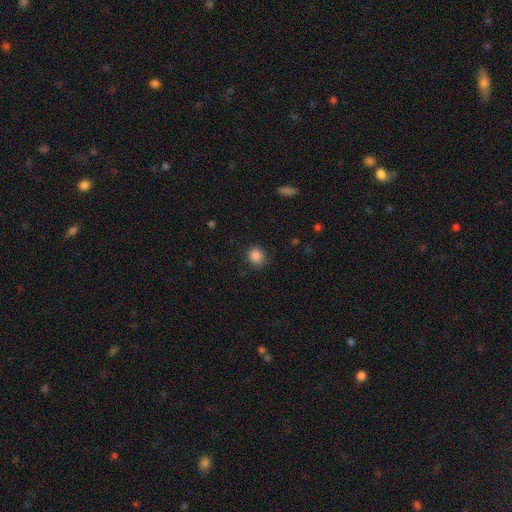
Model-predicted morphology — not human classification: type=smooth (86%); roundness=round (77%); merging=none (85%).